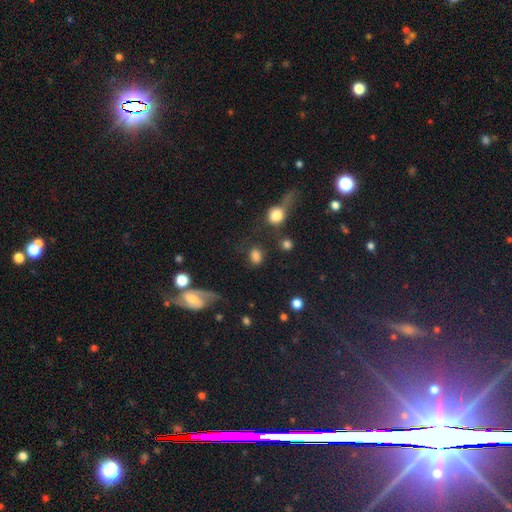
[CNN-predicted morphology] This appears to be a smooth galaxy with no disk features (78%) that is in between round and cigar-shaped (60%). Merging: none (59%).